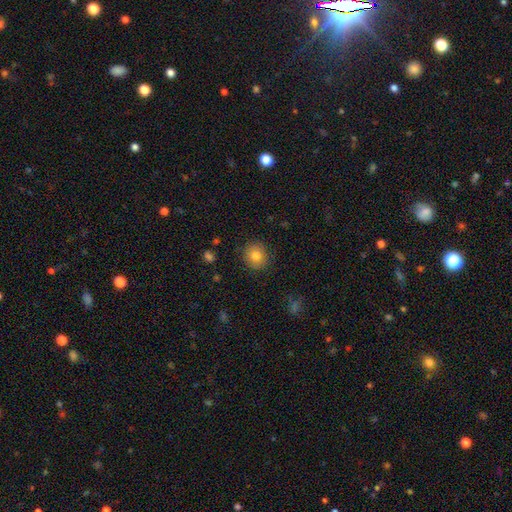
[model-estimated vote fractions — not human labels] This appears to be a smooth galaxy with no disk features (81%) that is round (87%). Merging: none (88%).